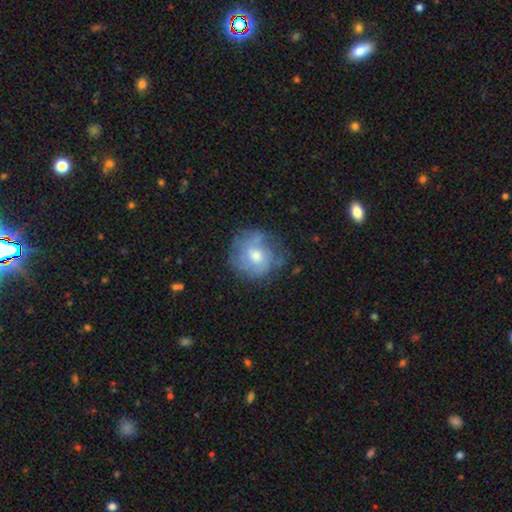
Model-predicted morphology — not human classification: Smooth or featured?
  - smooth: 49% *
  - featured or disk: 43%
  - star or artifact: 9%
Merging?
  - none: 64% *
  - minor disturbance: 24%
  - major disturbance: 11%
  - merger: 2%